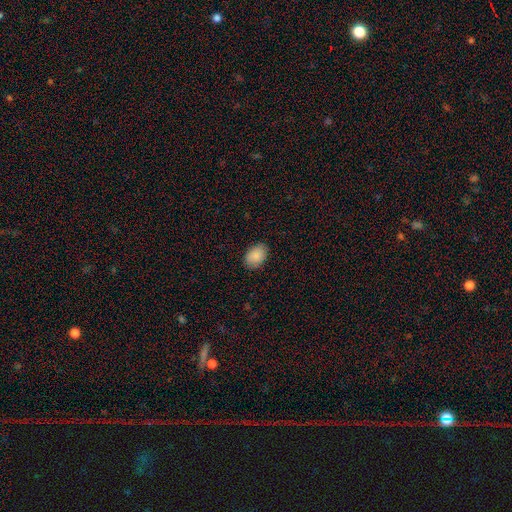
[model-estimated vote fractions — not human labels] smooth_or_featured: smooth (p=0.89) [alt: star or artifact p=0.07]
how_rounded: in between (p=0.83) [alt: round p=0.16]
merging: none (p=0.87) [alt: minor disturbance p=0.10]